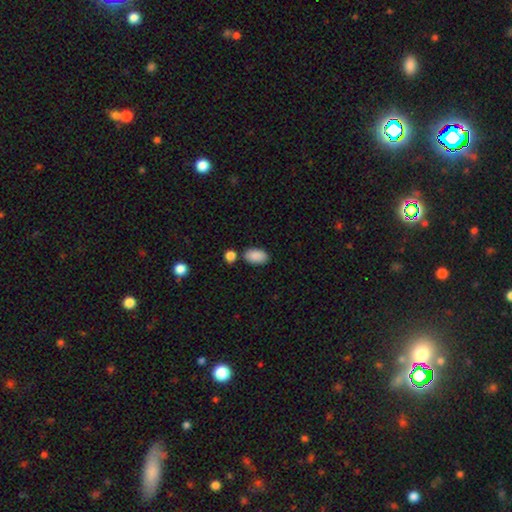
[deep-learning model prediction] This appears to be a smooth galaxy with no disk features (89%) that is in between round and cigar-shaped (93%). Merging: none (75%).